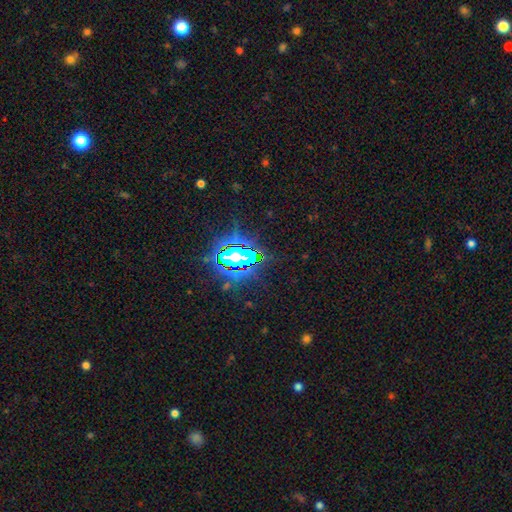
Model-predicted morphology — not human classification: This is likely a star or artifact rather than a galaxy (80%).